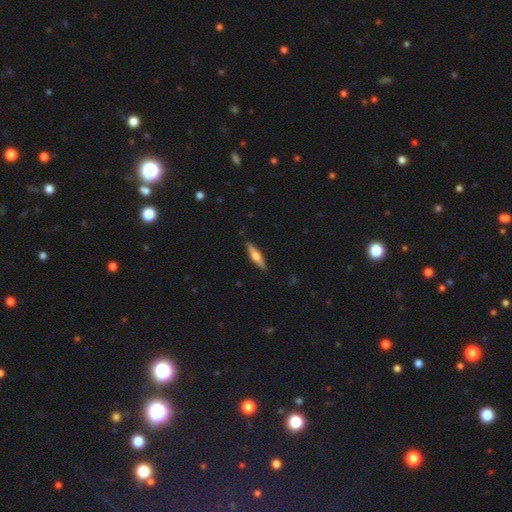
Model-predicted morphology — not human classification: Smooth or featured? smooth (52%)
How rounded? cigar-shaped (78%)
Merging? none (89%)